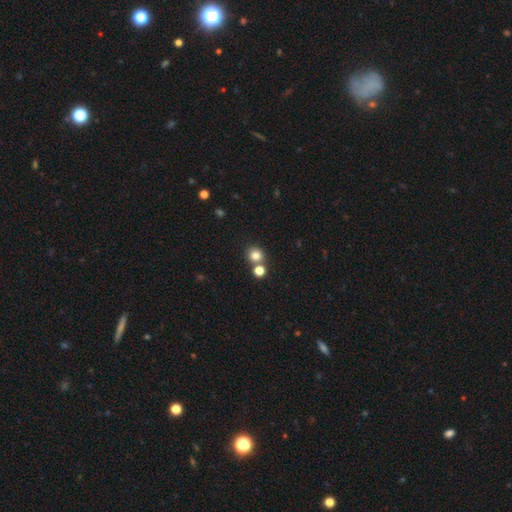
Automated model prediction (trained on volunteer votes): Smooth or featured?
  - smooth: 80% *
  - star or artifact: 13%
  - featured or disk: 6%
How rounded?
  - round: 87% *
  - in between: 12%
  - cigar-shaped: 1%
Merging?
  - none: 65% *
  - merger: 26%
  - minor disturbance: 7%
  - major disturbance: 3%